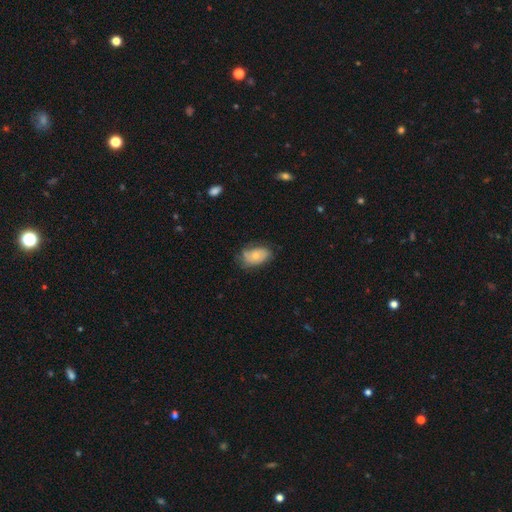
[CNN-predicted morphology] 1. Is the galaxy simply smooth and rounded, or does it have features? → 67% smooth, 26% featured or disk, 7% star or artifact.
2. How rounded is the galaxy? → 89% in between, 9% round, 2% cigar-shaped.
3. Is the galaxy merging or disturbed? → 59% none, 30% minor disturbance, 9% major disturbance, 2% merger.